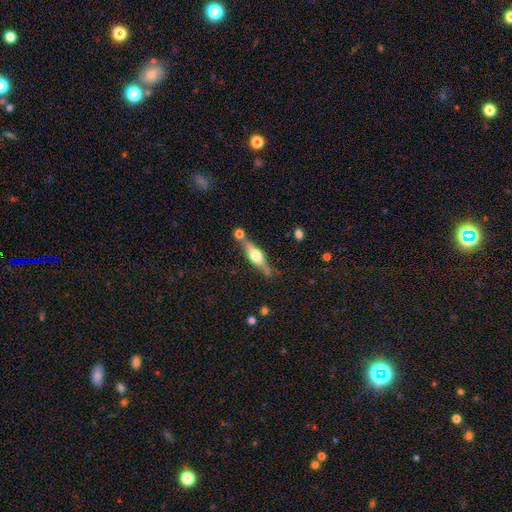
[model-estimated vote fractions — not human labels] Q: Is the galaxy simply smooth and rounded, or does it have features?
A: featured or disk — 54%.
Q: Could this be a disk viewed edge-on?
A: yes — 91%.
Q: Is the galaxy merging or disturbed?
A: none — 71%.